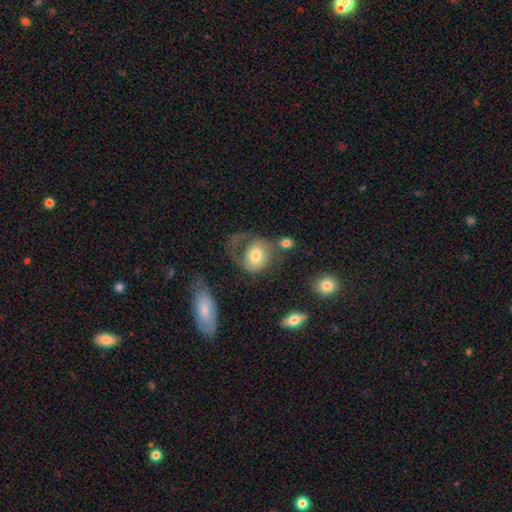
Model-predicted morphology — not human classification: Smooth or featured?
  - smooth: 54% *
  - featured or disk: 39%
  - star or artifact: 7%
How rounded?
  - in between: 53% *
  - round: 46%
  - cigar-shaped: 1%
Merging?
  - major disturbance: 37% *
  - none: 30%
  - minor disturbance: 19%
  - merger: 14%